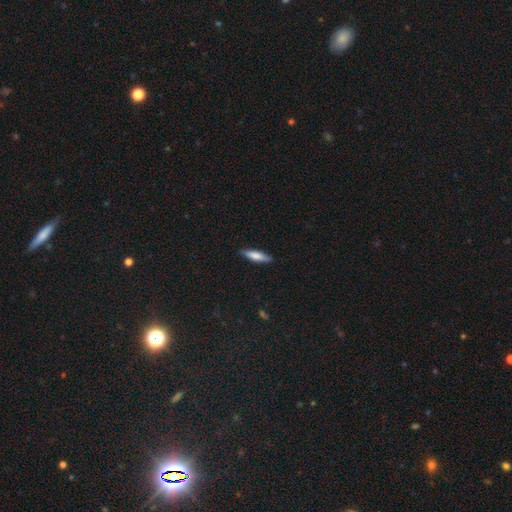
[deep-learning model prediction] Q: Smooth or featured?
A: smooth (72%); runner-up: featured or disk (23%)
Q: How rounded?
A: cigar-shaped (72%); runner-up: in between (26%)
Q: Merging?
A: none (87%); runner-up: minor disturbance (10%)